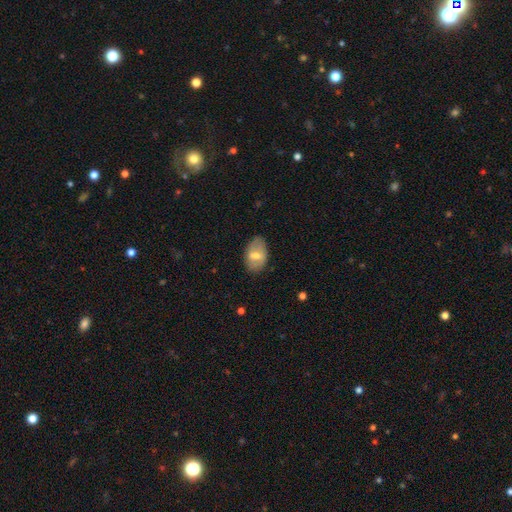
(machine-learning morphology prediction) This appears to be a smooth galaxy with no disk features (56%) that is in between round and cigar-shaped (88%). Merging: none (76%).